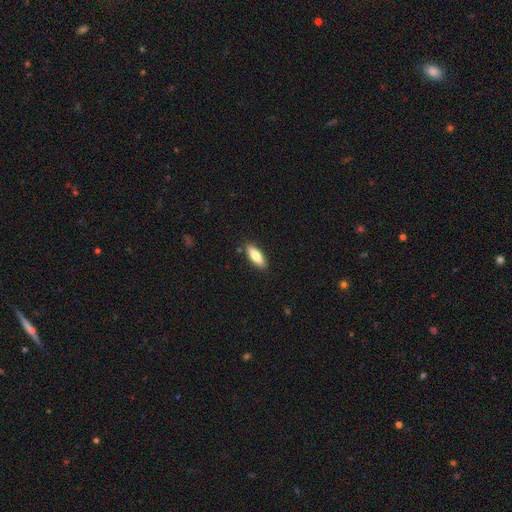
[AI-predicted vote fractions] Q: Smooth or featured?
A: smooth (75%); runner-up: featured or disk (20%)
Q: How rounded?
A: in between (62%); runner-up: cigar-shaped (36%)
Q: Merging?
A: none (88%); runner-up: minor disturbance (9%)